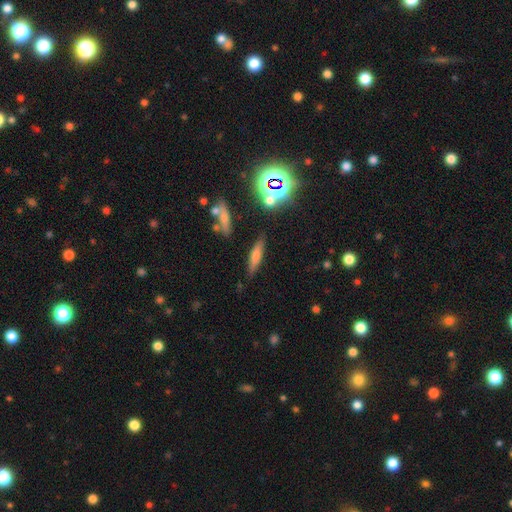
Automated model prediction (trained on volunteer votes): Q: Smooth or featured?
A: smooth (62%); runner-up: featured or disk (25%)
Q: How rounded?
A: cigar-shaped (73%); runner-up: in between (24%)
Q: Merging?
A: none (81%); runner-up: minor disturbance (11%)